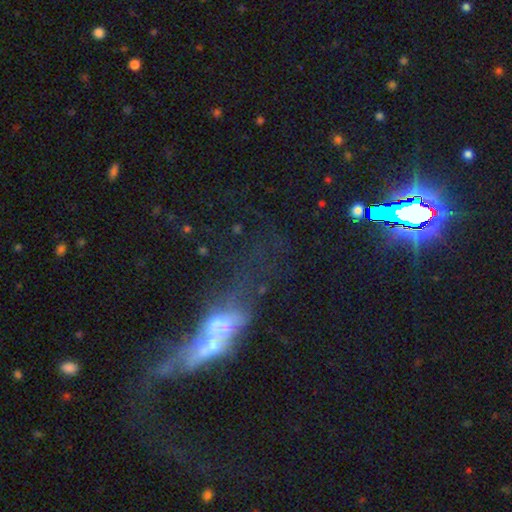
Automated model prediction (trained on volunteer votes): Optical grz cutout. It shows a featured or disk galaxy (46%). Merging: merger (51%).